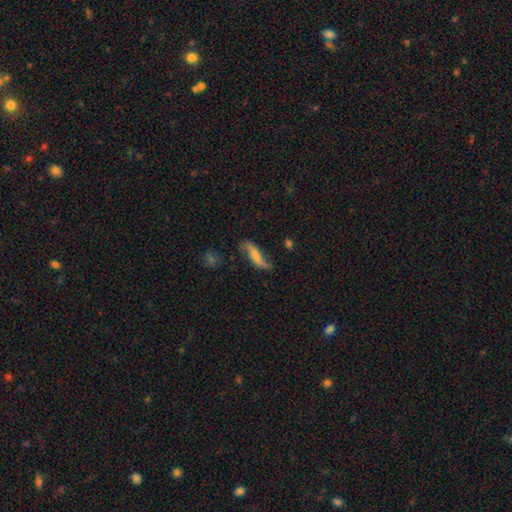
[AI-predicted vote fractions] Smooth or featured? Predicted: featured or disk (p=0.49). Merging? Predicted: none (p=0.54).